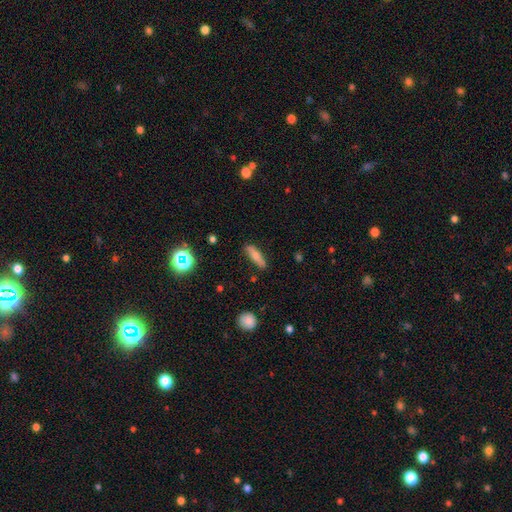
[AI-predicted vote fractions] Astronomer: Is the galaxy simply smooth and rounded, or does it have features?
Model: smooth — 66%.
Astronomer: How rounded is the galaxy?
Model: cigar-shaped — 66%.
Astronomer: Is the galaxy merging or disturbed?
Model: none — 83%.